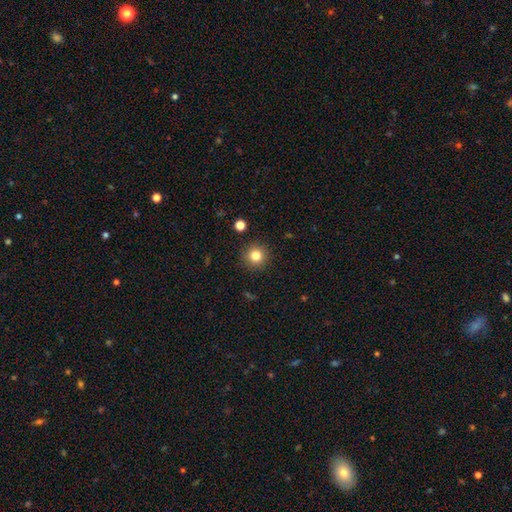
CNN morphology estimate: type=smooth (82%); roundness=round (95%); merging=none (91%).